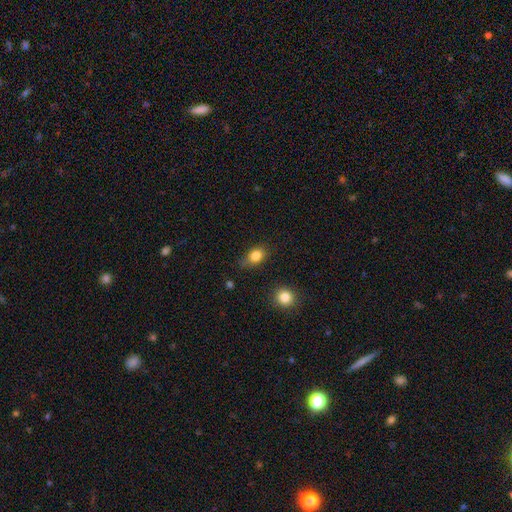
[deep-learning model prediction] Morphology: type=smooth (83%); roundness=in between (65%); merging=none (66%).